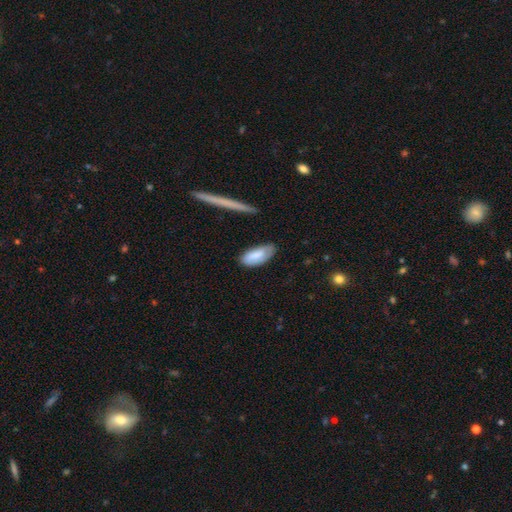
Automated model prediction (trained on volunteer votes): Smooth or featured? Predicted: smooth (p=0.77). How rounded? Predicted: in between (p=0.85). Merging? Predicted: none (p=0.67).